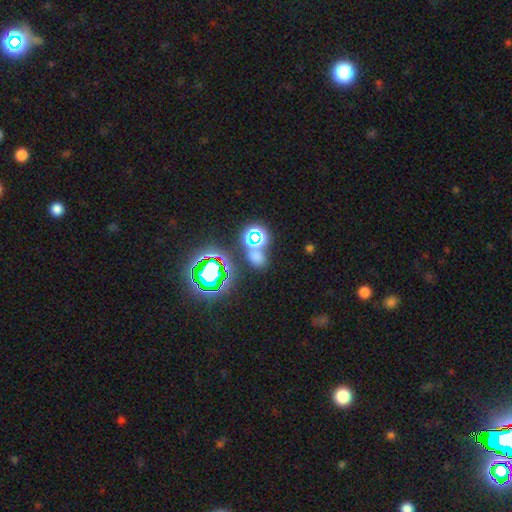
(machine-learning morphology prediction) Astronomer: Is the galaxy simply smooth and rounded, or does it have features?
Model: smooth — 46%, tied with star or artifact at 46%.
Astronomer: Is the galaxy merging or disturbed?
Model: none — 62%.